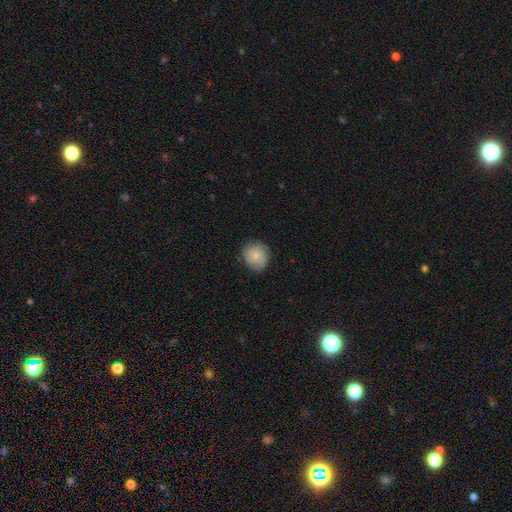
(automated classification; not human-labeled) Smooth or featured? Predicted: smooth (p=0.68). How rounded? Predicted: round (p=0.80). Merging? Predicted: none (p=0.77).